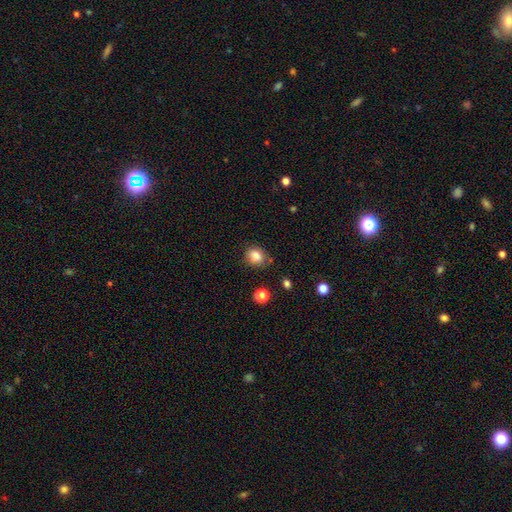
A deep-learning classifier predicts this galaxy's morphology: Smooth or featured: smooth — 84% (star or artifact — 11%)
How rounded: round — 68% (in between — 31%)
Merging: none — 73% (minor disturbance — 18%)